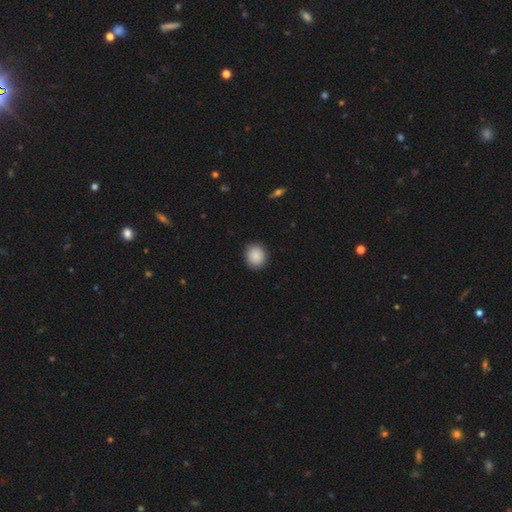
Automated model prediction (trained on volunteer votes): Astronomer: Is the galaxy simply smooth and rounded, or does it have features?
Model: smooth — 89%.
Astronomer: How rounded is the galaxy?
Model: round — 82%.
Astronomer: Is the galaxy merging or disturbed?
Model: none — 89%.